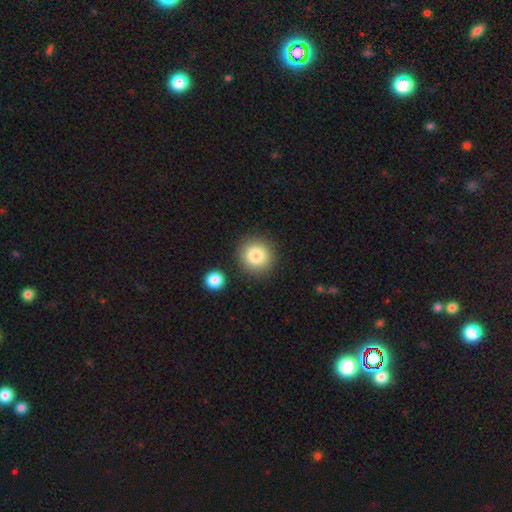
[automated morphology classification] A smooth galaxy with no disk features (83%) that is round (92%). Merging: none (86%).